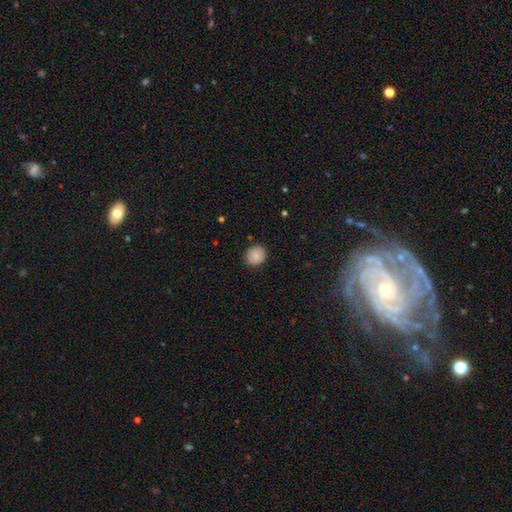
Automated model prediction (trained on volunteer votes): Smooth or featured: smooth — 81% (featured or disk — 11%)
How rounded: round — 81% (in between — 18%)
Merging: none — 85% (minor disturbance — 12%)